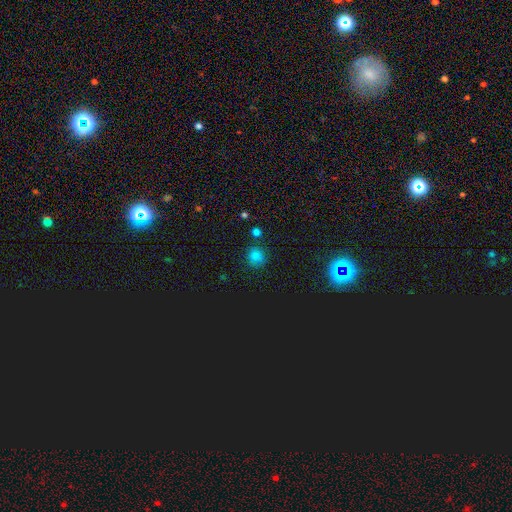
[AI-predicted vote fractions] Smooth or featured? smooth (75%)
How rounded? round (84%)
Merging? none (80%)